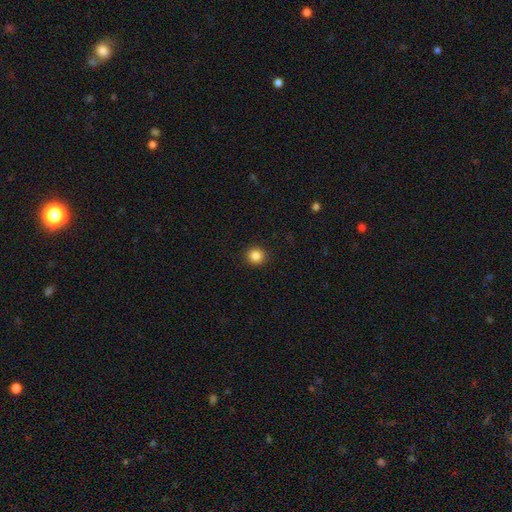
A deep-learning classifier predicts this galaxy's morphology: The model was most divided on "smooth or featured": smooth: 86%, star or artifact: 11%, featured or disk: 4%. More confident: how rounded — round (93%); merging — none (92%).